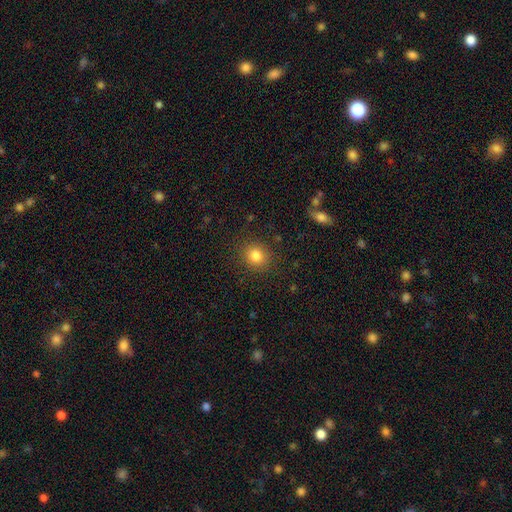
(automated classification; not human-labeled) Q: Smooth or featured?
A: smooth (82%); runner-up: star or artifact (12%)
Q: How rounded?
A: round (80%); runner-up: in between (19%)
Q: Merging?
A: none (88%); runner-up: minor disturbance (8%)